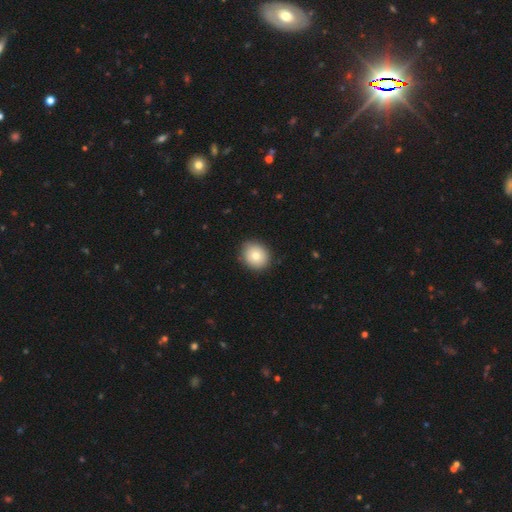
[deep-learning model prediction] This appears to be a smooth galaxy with no disk features (82%) that is round (69%). Merging: none (89%).